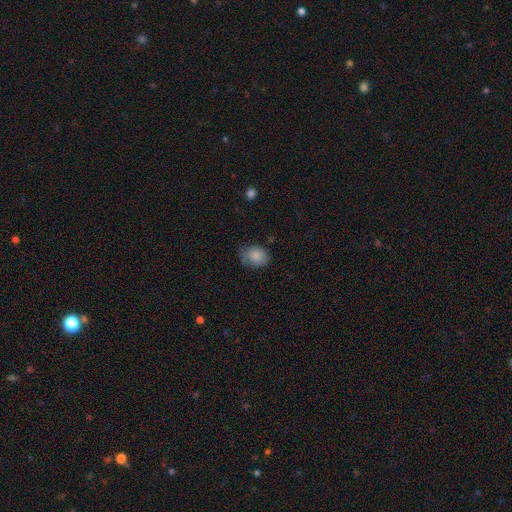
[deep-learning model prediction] A smooth galaxy with no disk features (83%) that is round (53%). Merging: none (64%).